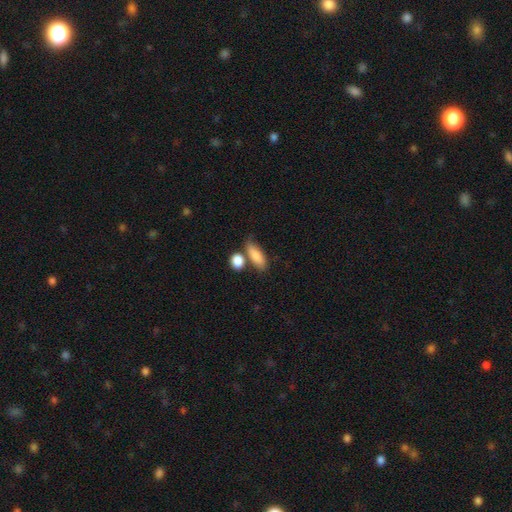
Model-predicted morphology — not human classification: Smooth or featured? smooth (84%)
How rounded? in between (73%)
Merging? none (57%)